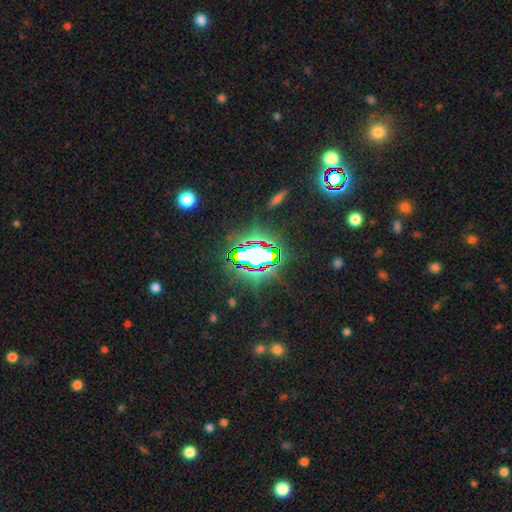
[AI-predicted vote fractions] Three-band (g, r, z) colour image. It shows a star or artifact, not a galaxy (75%).